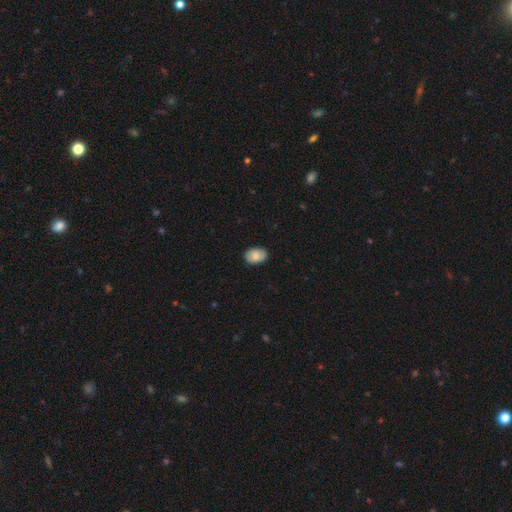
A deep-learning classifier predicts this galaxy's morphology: This appears to be a smooth galaxy with no disk features (78%) that is in between round and cigar-shaped (86%). Merging: none (86%).